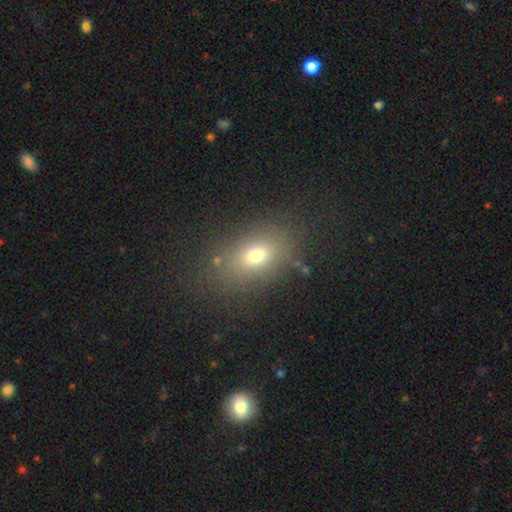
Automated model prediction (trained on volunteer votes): This is likely a smooth galaxy (70%). How rounded: likely in between (77%). Merging: likely none (79%).